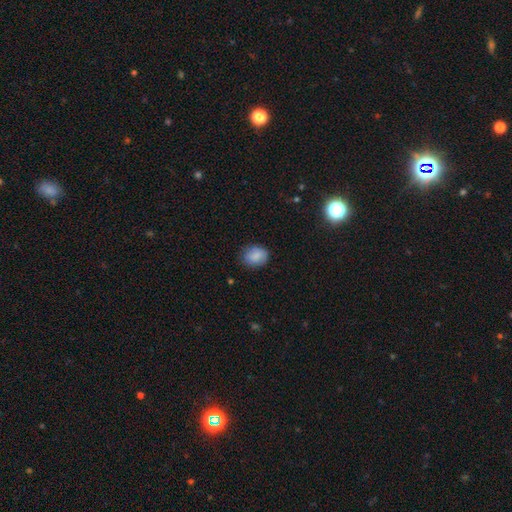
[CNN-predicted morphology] smooth-or-featured: smooth: 84% | star or artifact: 8% | featured or disk: 8%
  how-rounded: round: 50% | in between: 49% | cigar-shaped: 1%
  merging: none: 78% | minor disturbance: 17% | major disturbance: 4% | merger: 1%